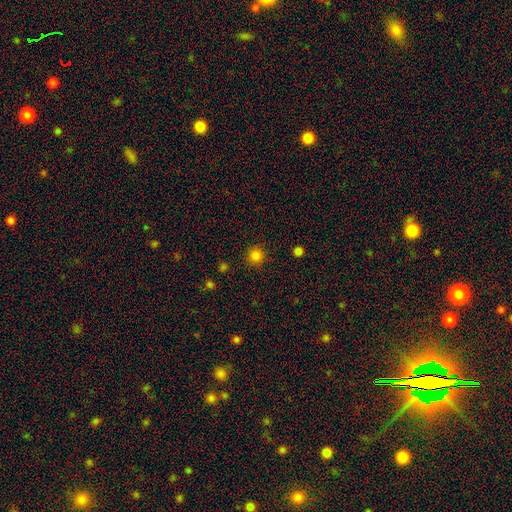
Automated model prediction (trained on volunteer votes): Q: Smooth or featured?
A: smooth (83%); runner-up: star or artifact (14%)
Q: How rounded?
A: round (94%); runner-up: in between (5%)
Q: Merging?
A: none (91%); runner-up: minor disturbance (6%)